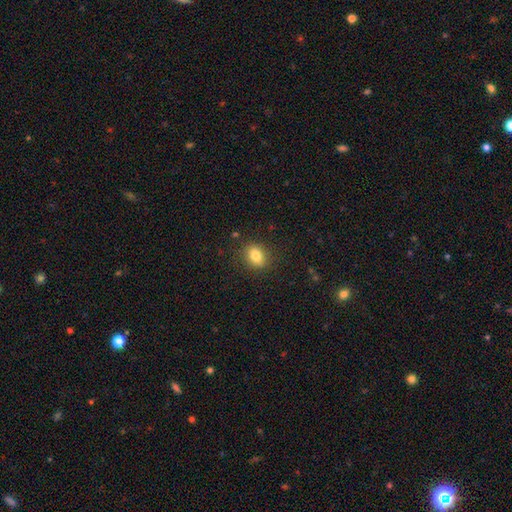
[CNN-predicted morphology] A smooth galaxy with no disk features (81%) that is in between round and cigar-shaped (58%).

Vote fractions:
- Smooth or featured? smooth: 81% / star or artifact: 10% / featured or disk: 9%
- How rounded? in between: 58% / round: 40% / cigar-shaped: 1%
- Merging? none: 86% / minor disturbance: 10% / major disturbance: 3% / merger: 1%